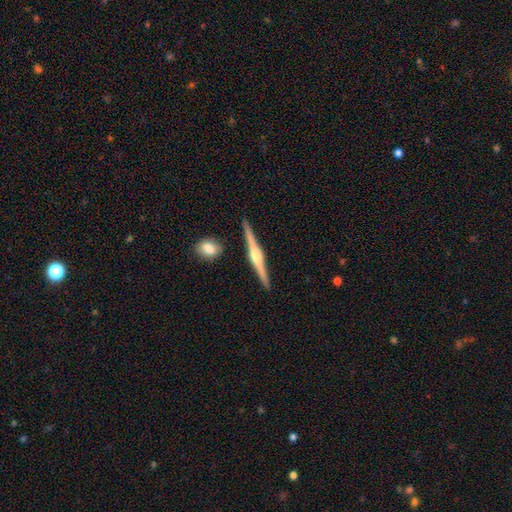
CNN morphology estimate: Smooth or featured?
  - featured or disk: 82% *
  - smooth: 13%
  - star or artifact: 5%
Edge-on disk?
  - yes: 98% *
  - no: 2%
Edge-on bulge?
  - rounded: 85% *
  - boxy: 10%
  - none: 5%
Merging?
  - none: 89% *
  - minor disturbance: 6%
  - merger: 3%
  - major disturbance: 1%